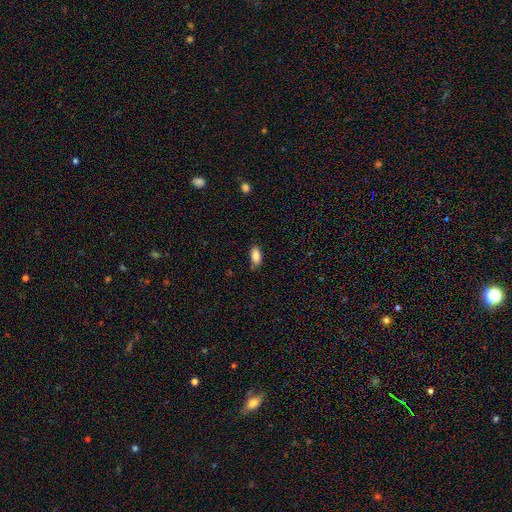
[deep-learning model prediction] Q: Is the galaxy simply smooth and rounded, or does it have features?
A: smooth — 86%.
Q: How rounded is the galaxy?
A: in between — 90%.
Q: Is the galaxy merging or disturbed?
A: none — 81%.